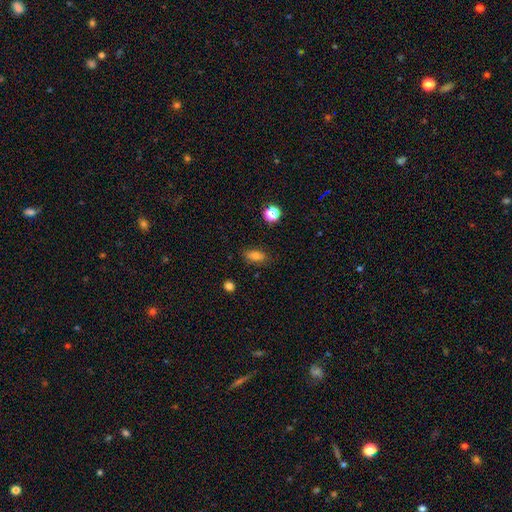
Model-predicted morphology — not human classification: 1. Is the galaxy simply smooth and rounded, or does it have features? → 74% smooth, 13% featured or disk, 13% star or artifact.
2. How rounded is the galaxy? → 80% in between, 11% cigar-shaped, 9% round.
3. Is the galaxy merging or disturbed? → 81% none, 14% minor disturbance, 3% major disturbance, 2% merger.